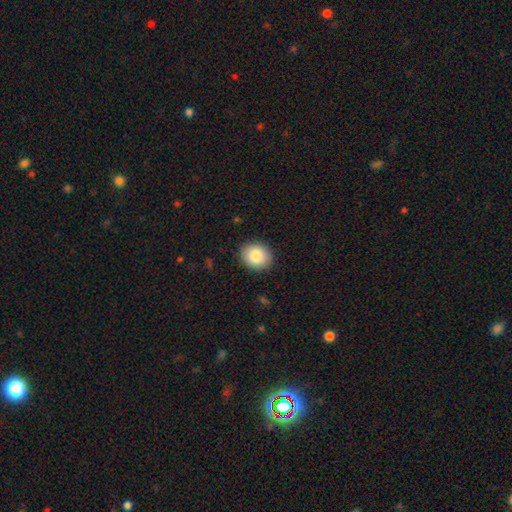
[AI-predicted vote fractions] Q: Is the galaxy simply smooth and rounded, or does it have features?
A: smooth — 86%.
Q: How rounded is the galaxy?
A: round — 58%.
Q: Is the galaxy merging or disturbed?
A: none — 90%.